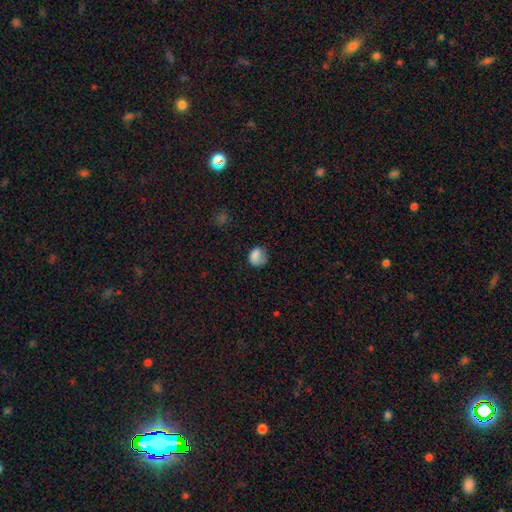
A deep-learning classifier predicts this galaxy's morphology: This is likely a smooth galaxy (80%). How rounded: likely round (64%). Merging: possibly none (54%).